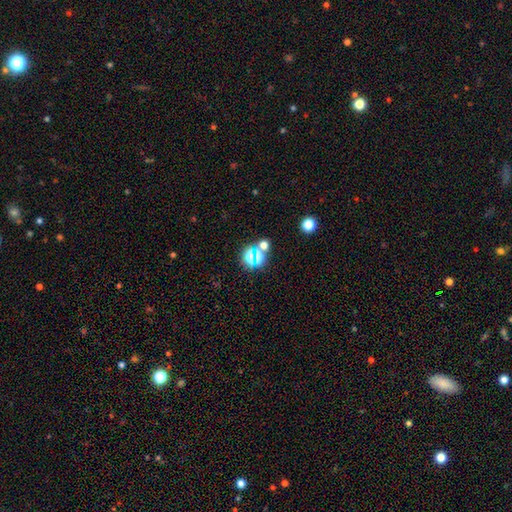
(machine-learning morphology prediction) Smooth or featured? star or artifact (51%)